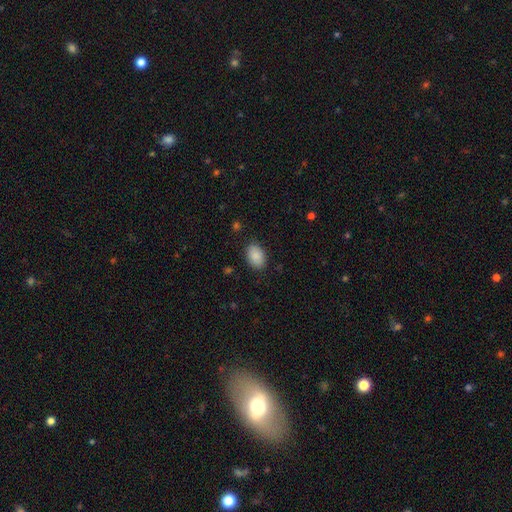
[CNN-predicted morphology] smooth 89%, star or artifact 7%, featured or disk 4%. Down the decision tree: how rounded — in between (84%); merging — none (86%).